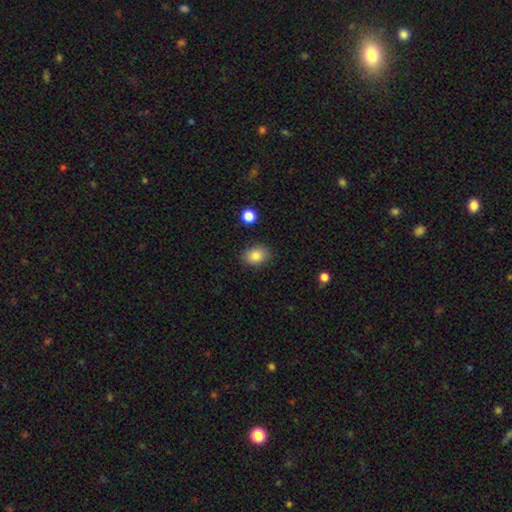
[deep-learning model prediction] Smooth or featured?
  - smooth: 84% *
  - star or artifact: 9%
  - featured or disk: 7%
How rounded?
  - in between: 68% *
  - round: 31%
  - cigar-shaped: 1%
Merging?
  - none: 85% *
  - minor disturbance: 10%
  - major disturbance: 3%
  - merger: 2%